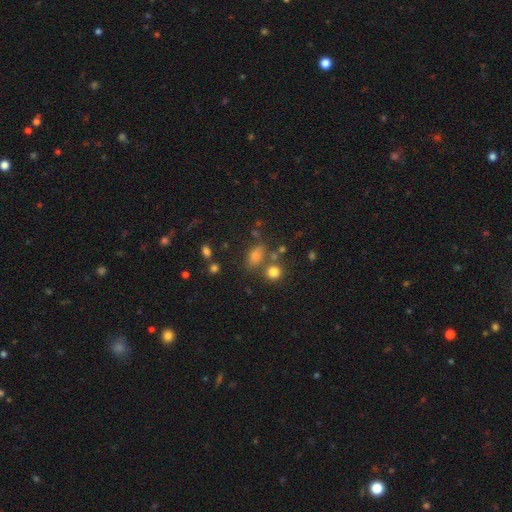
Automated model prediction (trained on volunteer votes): Smooth or featured?
  - smooth: 74% *
  - star or artifact: 16%
  - featured or disk: 10%
How rounded?
  - in between: 76% *
  - round: 18%
  - cigar-shaped: 6%
Merging?
  - none: 61% *
  - minor disturbance: 16%
  - merger: 15%
  - major disturbance: 7%